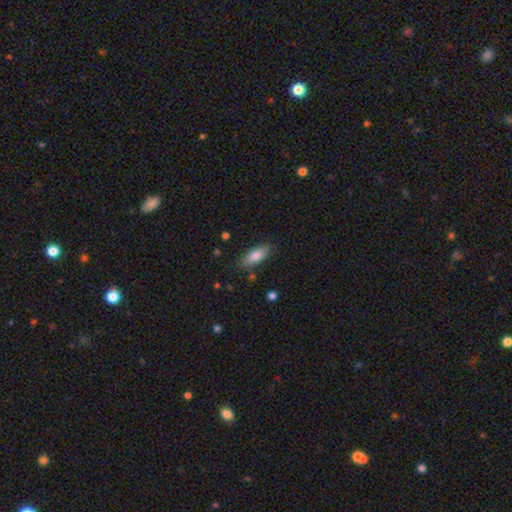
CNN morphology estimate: Q: Smooth or featured?
A: smooth (81%); runner-up: featured or disk (12%)
Q: How rounded?
A: in between (76%); runner-up: cigar-shaped (21%)
Q: Merging?
A: none (81%); runner-up: minor disturbance (14%)